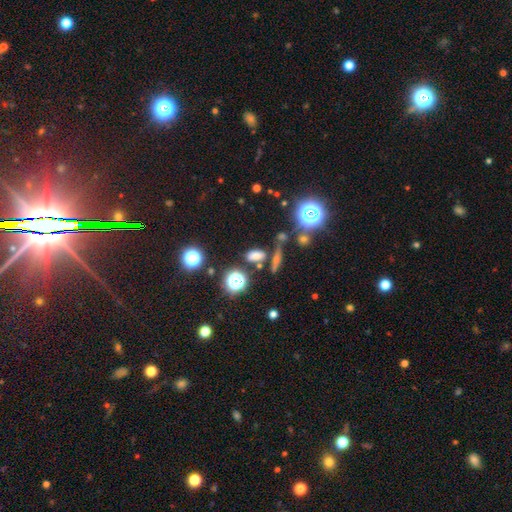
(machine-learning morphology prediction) A smooth galaxy with no disk features (68%) that is in between round and cigar-shaped (71%).

Vote fractions:
- Smooth or featured? smooth: 68% / star or artifact: 22% / featured or disk: 11%
- How rounded? in between: 71% / round: 16% / cigar-shaped: 13%
- Merging? none: 74% / minor disturbance: 11% / merger: 10% / major disturbance: 4%